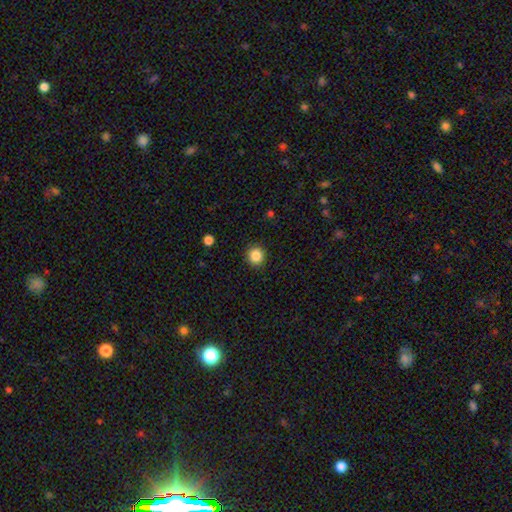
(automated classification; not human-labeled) A smooth galaxy with no disk features (85%) that is round (92%).

Vote fractions:
- Smooth or featured? smooth: 85% / star or artifact: 10% / featured or disk: 4%
- How rounded? round: 92% / in between: 7% / cigar-shaped: 1%
- Merging? none: 91% / minor disturbance: 6% / major disturbance: 2% / merger: 1%